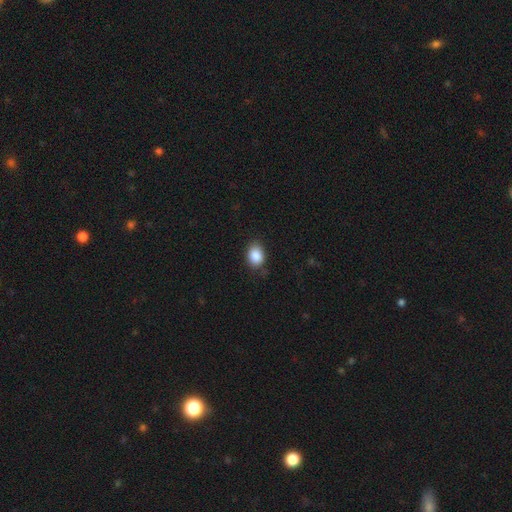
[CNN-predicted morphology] The model was most divided on "how rounded": in between: 72%, round: 27%, cigar-shaped: 1%. More confident: smooth or featured — smooth (87%); merging — none (79%).